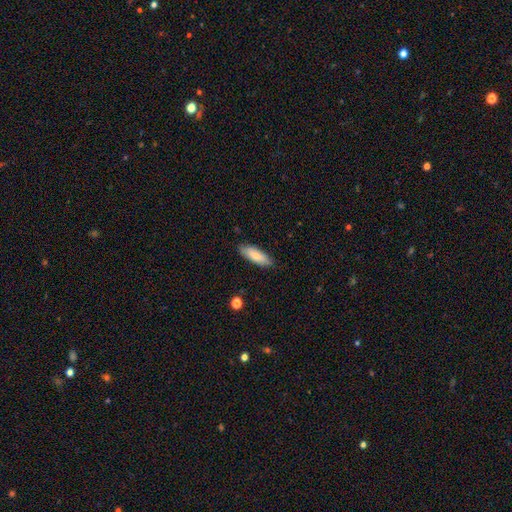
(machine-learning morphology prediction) Q: Smooth or featured?
A: smooth (80%); runner-up: featured or disk (14%)
Q: How rounded?
A: in between (54%); runner-up: cigar-shaped (44%)
Q: Merging?
A: none (86%); runner-up: minor disturbance (11%)